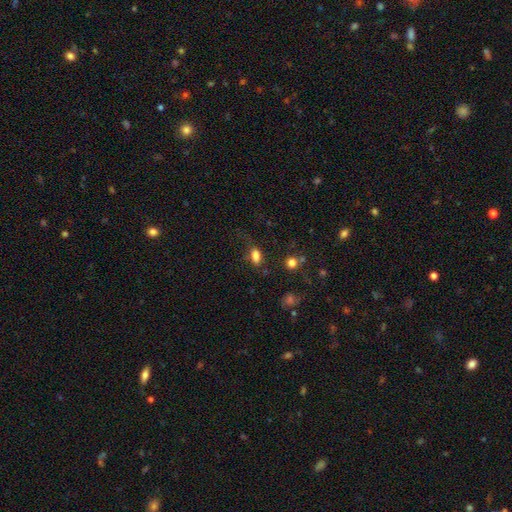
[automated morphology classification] Smooth or featured?
  - smooth: 82% *
  - star or artifact: 11%
  - featured or disk: 7%
How rounded?
  - in between: 85% *
  - round: 10%
  - cigar-shaped: 5%
Merging?
  - none: 62% *
  - minor disturbance: 22%
  - major disturbance: 12%
  - merger: 4%